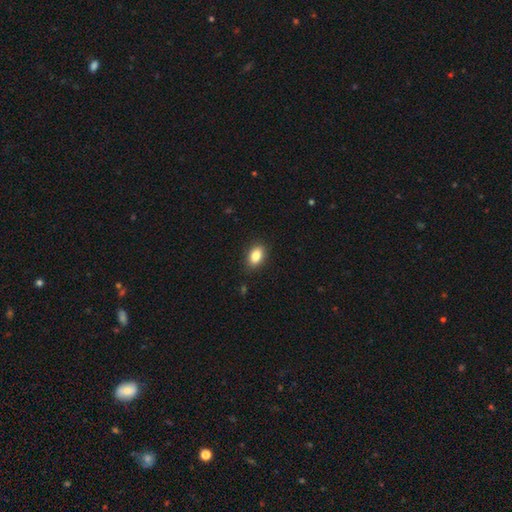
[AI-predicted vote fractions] This appears to be a smooth galaxy with no disk features (85%) that is in between round and cigar-shaped (88%). Merging: none (87%).